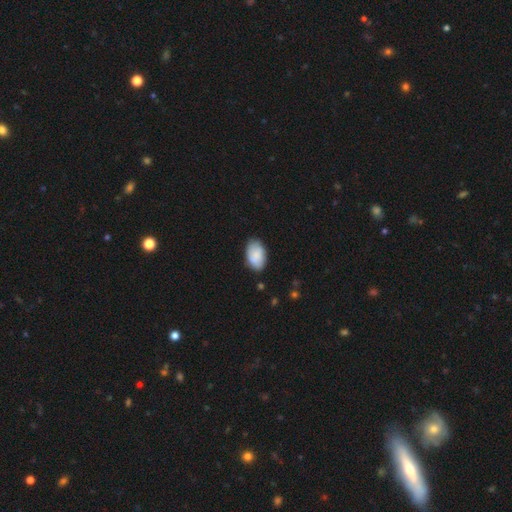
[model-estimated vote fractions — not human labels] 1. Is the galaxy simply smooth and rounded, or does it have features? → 83% smooth, 11% featured or disk, 6% star or artifact.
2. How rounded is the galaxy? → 94% in between, 5% round, 1% cigar-shaped.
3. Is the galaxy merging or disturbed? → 77% none, 18% minor disturbance, 3% major disturbance, 1% merger.